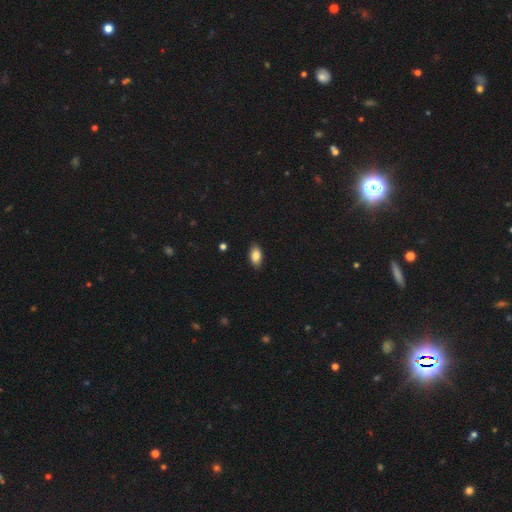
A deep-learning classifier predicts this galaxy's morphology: Overall: smooth (86%). How rounded: in between (91%). Merging: none (88%).